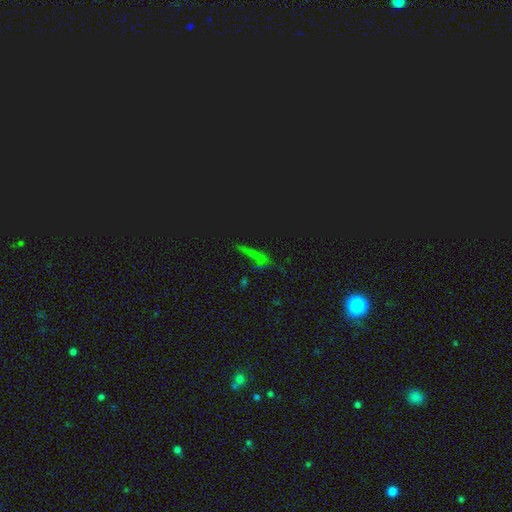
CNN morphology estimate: smooth-or-featured: star or artifact: 60% | smooth: 26% | featured or disk: 13%